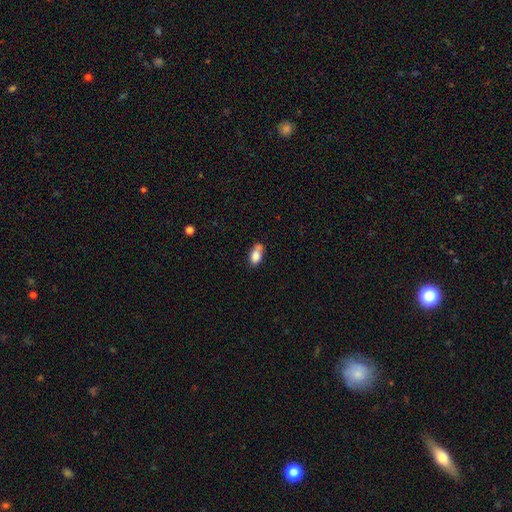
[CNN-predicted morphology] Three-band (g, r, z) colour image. It shows a smooth galaxy with no disk features (80%) that is in between round and cigar-shaped (89%). Merging: none (51%).